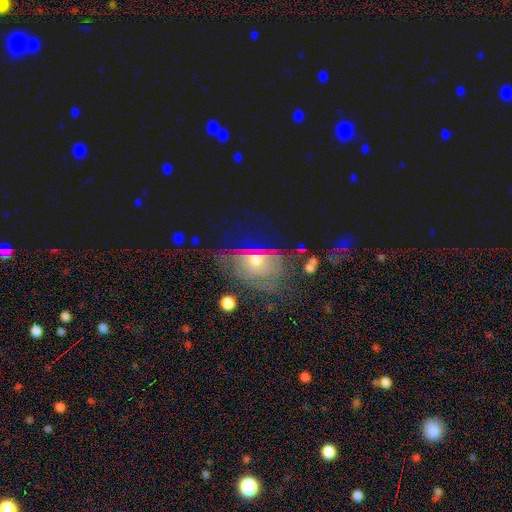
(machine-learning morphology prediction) Smooth or featured? featured or disk (47%)
Merging? none (47%)